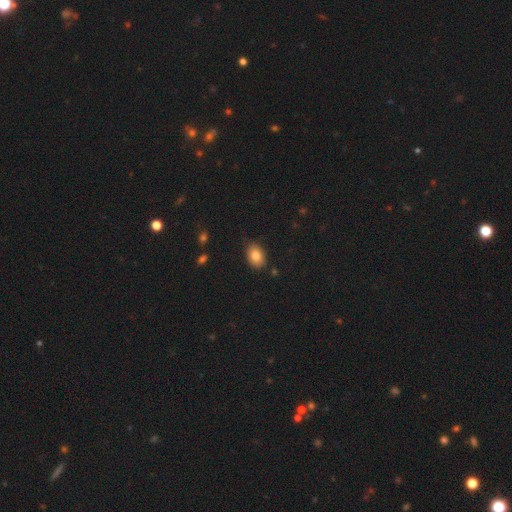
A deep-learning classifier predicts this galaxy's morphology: A smooth galaxy with no disk features (82%) that is in between round and cigar-shaped (81%).

Vote fractions:
- Smooth or featured? smooth: 82% / featured or disk: 9% / star or artifact: 9%
- How rounded? in between: 81% / round: 18% / cigar-shaped: 1%
- Merging? none: 83% / minor disturbance: 13% / major disturbance: 2% / merger: 2%